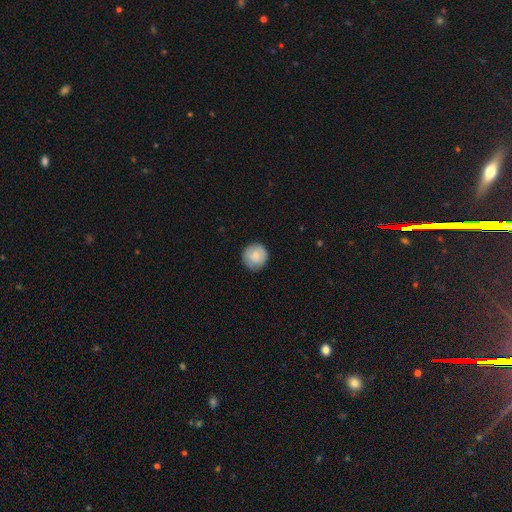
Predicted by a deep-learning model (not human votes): Smooth or featured: smooth — 78% (featured or disk — 15%)
How rounded: round — 94% (in between — 5%)
Merging: none — 84% (minor disturbance — 12%)